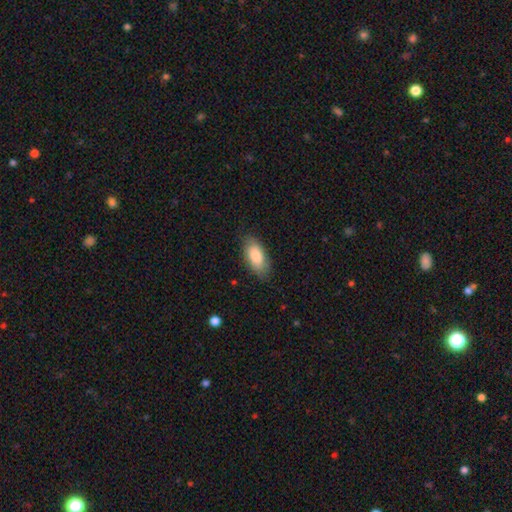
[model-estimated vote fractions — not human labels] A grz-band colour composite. It shows a smooth galaxy with no disk features (84%) that is in between round and cigar-shaped (91%). Merging: none (82%).